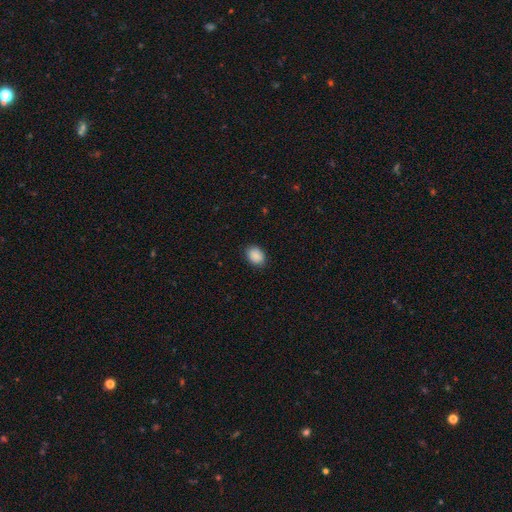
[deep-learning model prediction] Overall: smooth (90%). How rounded: in between (72%). Merging: none (87%).